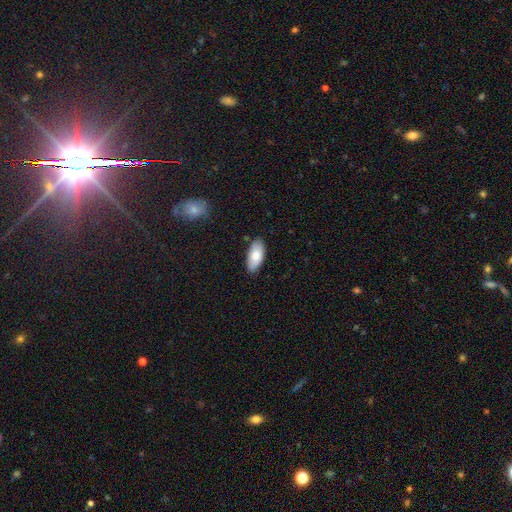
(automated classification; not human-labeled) Overall: smooth (82%). How rounded: in between (91%). Merging: none (85%).